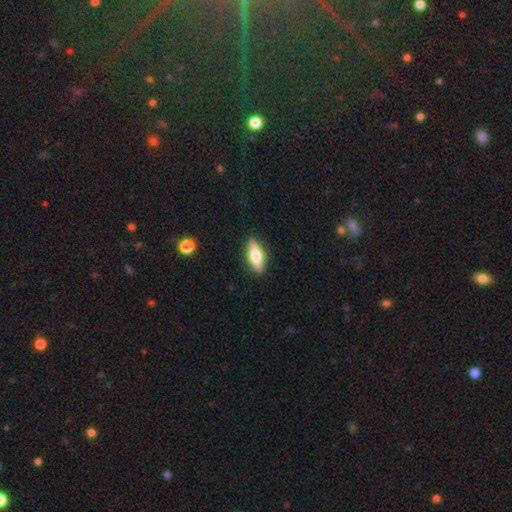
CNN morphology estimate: Overall: smooth (48%; featured or disk 46%). Merging: none (89%).